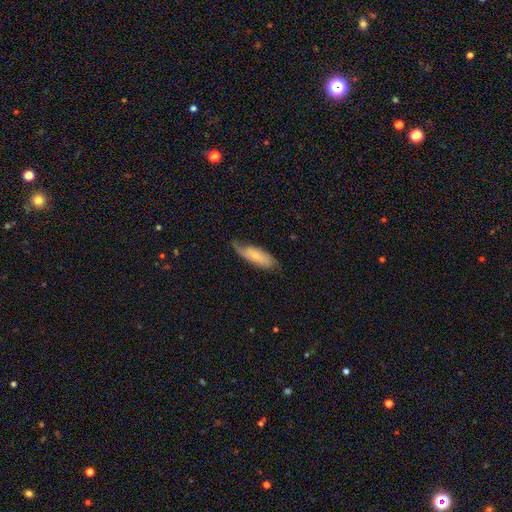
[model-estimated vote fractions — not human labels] Q: Smooth or featured?
A: smooth (51%); runner-up: featured or disk (43%)
Q: How rounded?
A: in between (66%); runner-up: cigar-shaped (32%)
Q: Merging?
A: none (61%); runner-up: minor disturbance (28%)